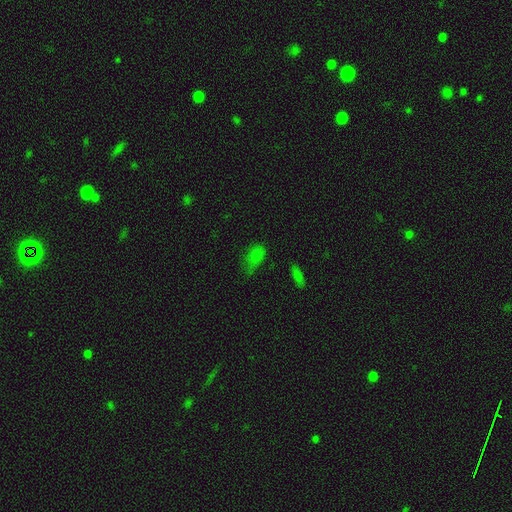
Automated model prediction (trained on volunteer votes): Smooth or featured? smooth (71%)
How rounded? in between (83%)
Merging? none (47%)